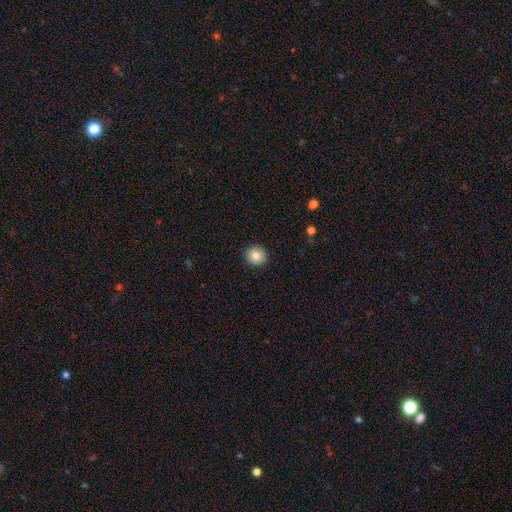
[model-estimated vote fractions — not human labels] Smooth or featured?
  - smooth: 82% *
  - star or artifact: 9%
  - featured or disk: 9%
How rounded?
  - round: 91% *
  - in between: 8%
  - cigar-shaped: 1%
Merging?
  - none: 91% *
  - minor disturbance: 6%
  - major disturbance: 2%
  - merger: 1%